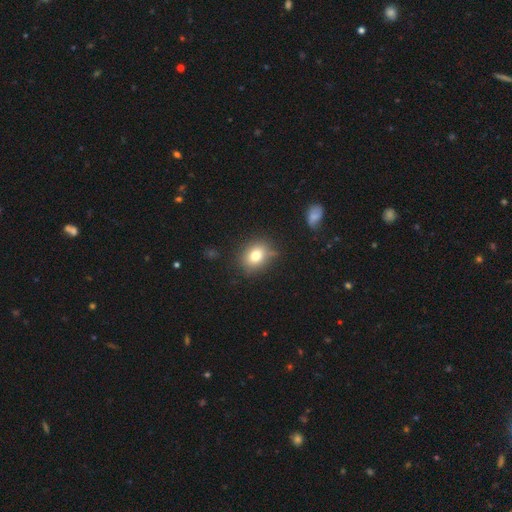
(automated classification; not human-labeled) The model was most divided on "how rounded": in between: 50%, round: 48%, cigar-shaped: 1%. More confident: smooth or featured — smooth (77%); merging — none (76%).